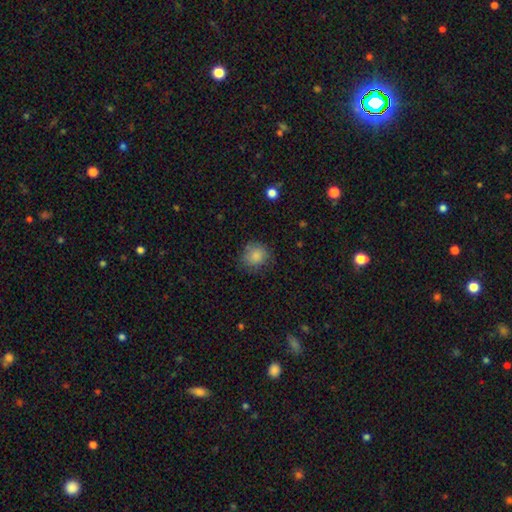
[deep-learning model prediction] Overall: smooth (84%). How rounded: round (82%). Merging: none (76%).